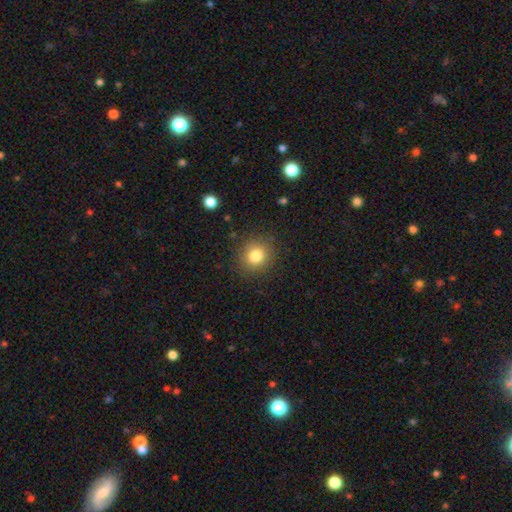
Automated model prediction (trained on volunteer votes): This appears to be a smooth galaxy with no disk features (81%) that is round (85%). Merging: none (88%).